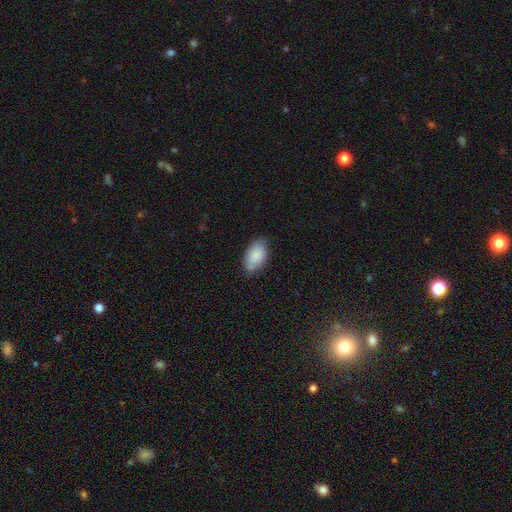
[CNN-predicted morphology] smooth_or_featured: smooth (p=0.85) [alt: featured or disk p=0.09]
how_rounded: in between (p=0.94) [alt: round p=0.03]
merging: none (p=0.80) [alt: minor disturbance p=0.16]